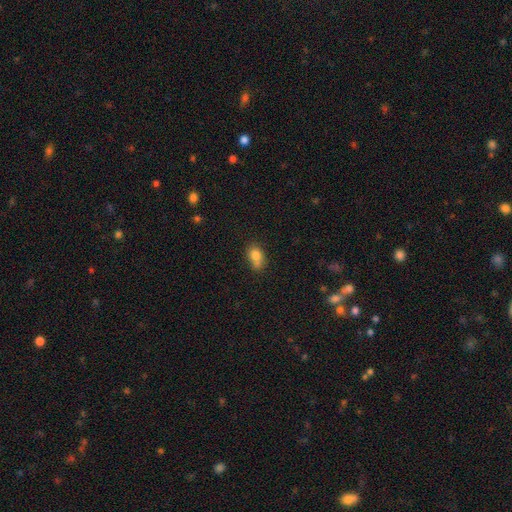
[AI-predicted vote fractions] Overall: smooth (79%). How rounded: in between (71%). Merging: none (46%; minor disturbance 28%).